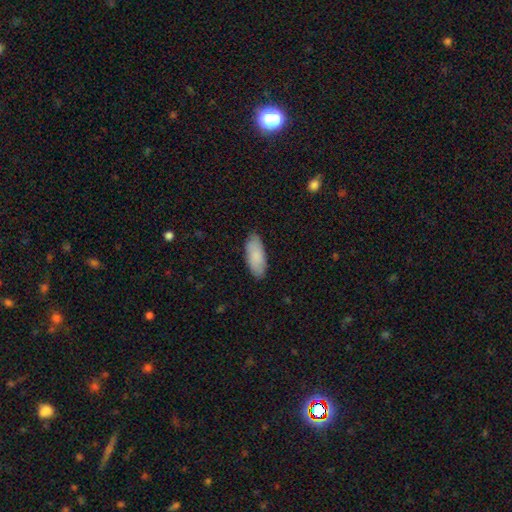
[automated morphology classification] This is clearly a smooth galaxy (85%). How rounded: clearly in between (80%). Merging: clearly none (86%).